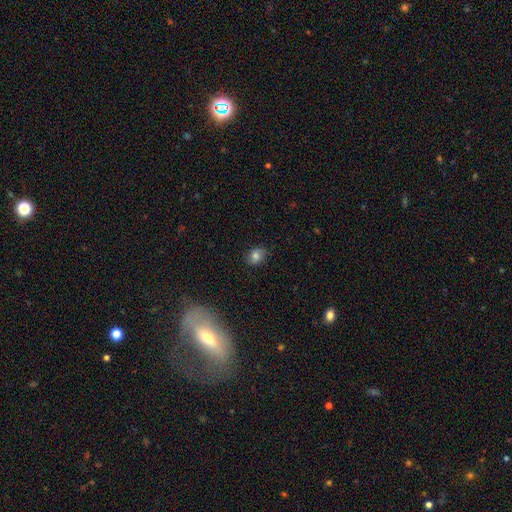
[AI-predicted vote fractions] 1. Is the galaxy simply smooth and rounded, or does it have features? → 79% smooth, 11% star or artifact, 10% featured or disk.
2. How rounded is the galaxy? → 61% in between, 38% round, 1% cigar-shaped.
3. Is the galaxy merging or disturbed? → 81% none, 14% minor disturbance, 3% major disturbance, 1% merger.